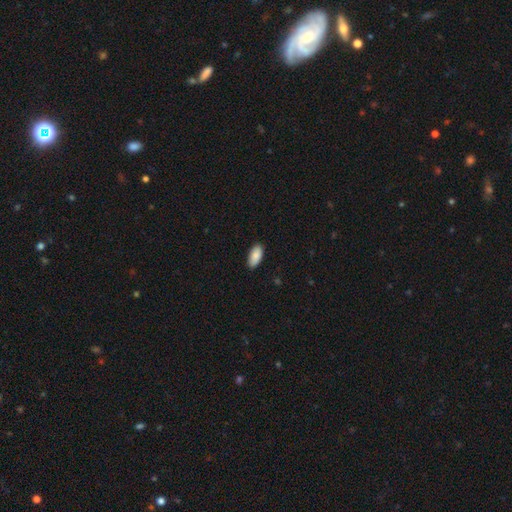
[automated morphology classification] Smooth or featured?
  - smooth: 88% *
  - featured or disk: 6%
  - star or artifact: 6%
How rounded?
  - in between: 93% *
  - cigar-shaped: 5%
  - round: 2%
Merging?
  - none: 87% *
  - minor disturbance: 10%
  - major disturbance: 2%
  - merger: 1%